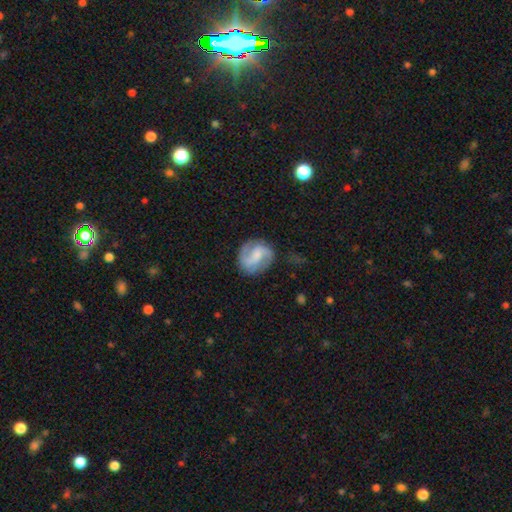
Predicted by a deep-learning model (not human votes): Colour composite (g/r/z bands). It shows a featured or disk galaxy (74%) with a weak bar (48%), 2 (81%) medium (48%) spiral arms (94%) and a small central bulge (36%). Merging: none (75%).